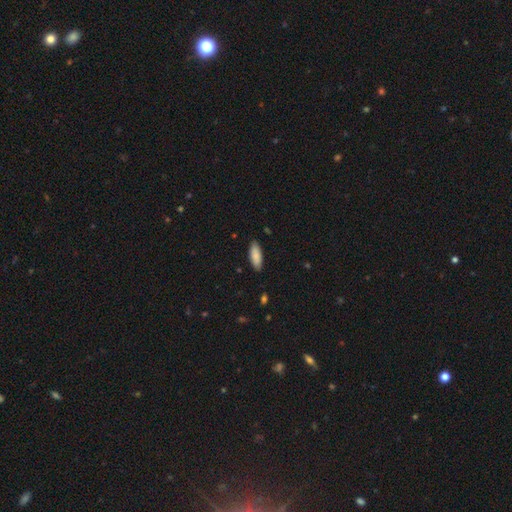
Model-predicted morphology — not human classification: Smooth or featured?
  - smooth: 86% *
  - featured or disk: 8%
  - star or artifact: 6%
How rounded?
  - in between: 71% *
  - cigar-shaped: 27%
  - round: 2%
Merging?
  - none: 87% *
  - minor disturbance: 10%
  - major disturbance: 2%
  - merger: 1%